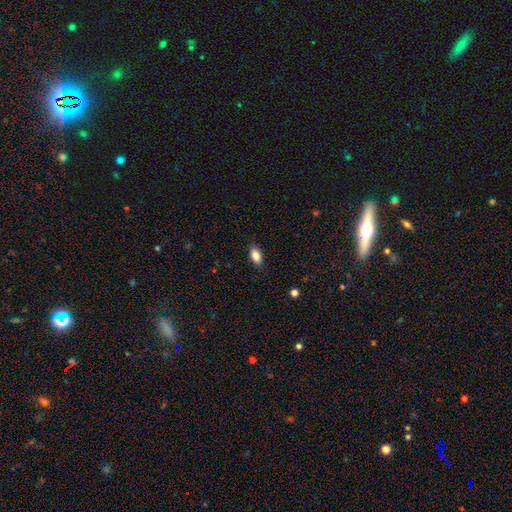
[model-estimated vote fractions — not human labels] smooth-or-featured: smooth: 85% | star or artifact: 8% | featured or disk: 7%
  how-rounded: in between: 90% | round: 5% | cigar-shaped: 5%
  merging: none: 86% | minor disturbance: 11% | major disturbance: 2% | merger: 1%